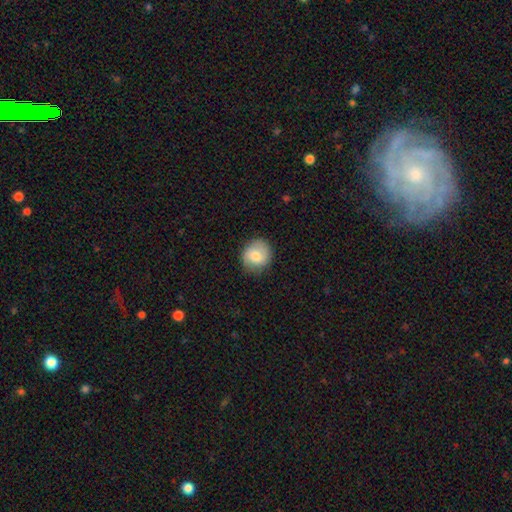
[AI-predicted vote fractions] A smooth galaxy with no disk features (75%) that is round (82%).

Vote fractions:
- Smooth or featured? smooth: 75% / featured or disk: 17% / star or artifact: 7%
- How rounded? round: 82% / in between: 17% / cigar-shaped: 1%
- Merging? none: 82% / minor disturbance: 14% / major disturbance: 3% / merger: 1%